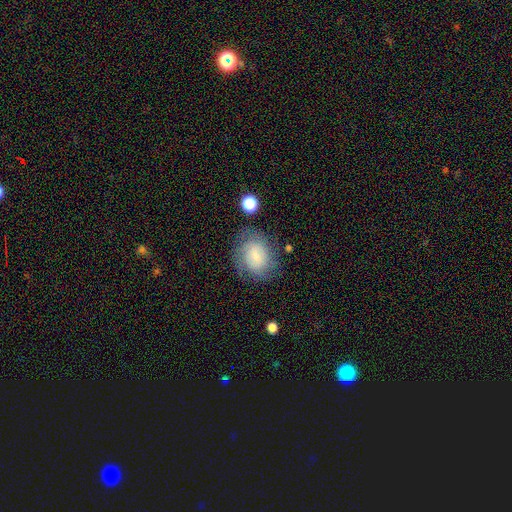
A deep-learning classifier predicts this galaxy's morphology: Smooth or featured? smooth (60%)
How rounded? round (50%)
Merging? none (67%)